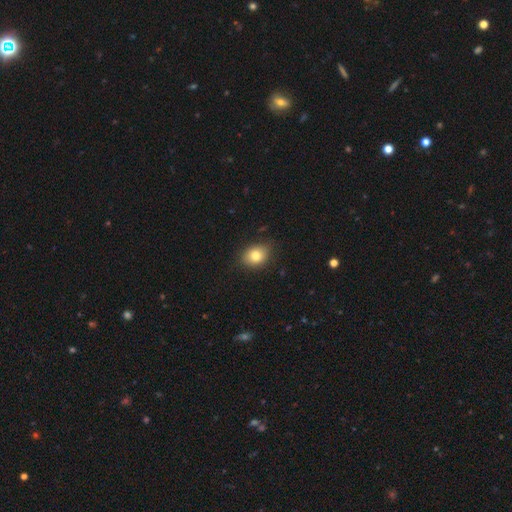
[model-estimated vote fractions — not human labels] Q: Smooth or featured?
A: smooth (80%); runner-up: featured or disk (10%)
Q: How rounded?
A: in between (61%); runner-up: round (38%)
Q: Merging?
A: none (83%); runner-up: minor disturbance (13%)